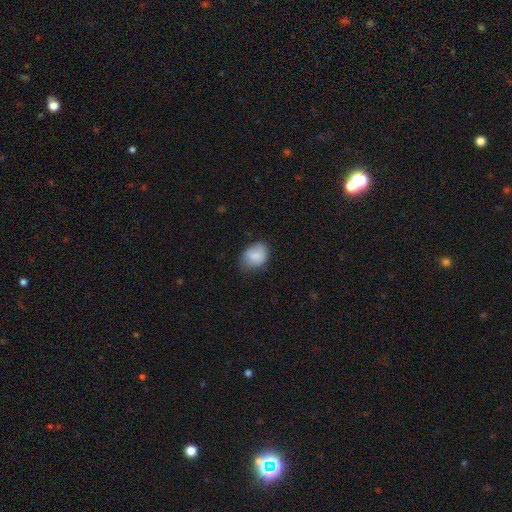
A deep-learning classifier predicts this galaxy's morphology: This appears to be a smooth galaxy with no disk features (83%) that is in between round and cigar-shaped (60%). Merging: none (58%).